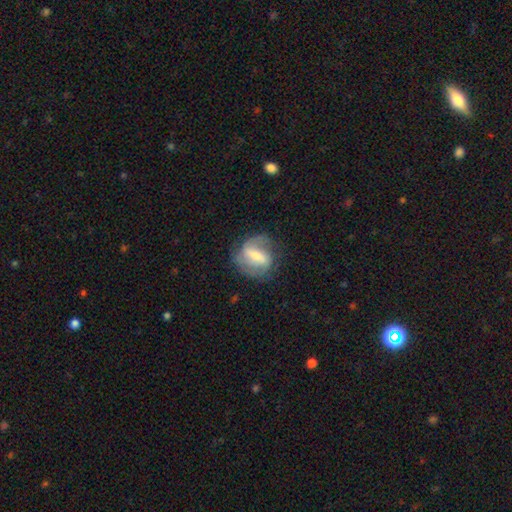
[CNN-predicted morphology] type=featured or disk (70%); edge-on=no (95%); bar=strong (49%); spiral arms=yes (83%); winding=medium (44%); arm count=2 (74%); bulge=moderate (46%); merging=none (67%).